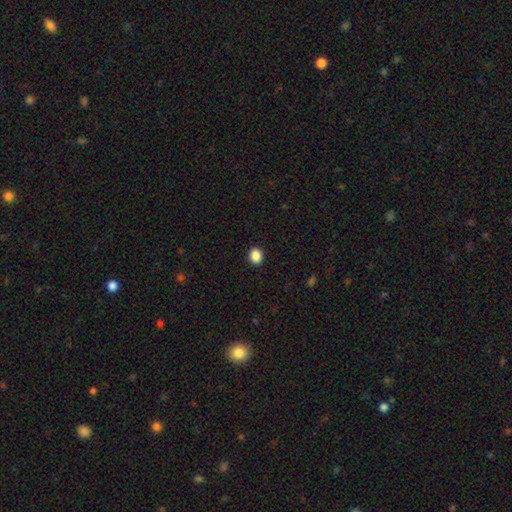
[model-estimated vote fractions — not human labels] This appears to be a smooth galaxy with no disk features (88%) that is round (63%). Merging: none (91%).